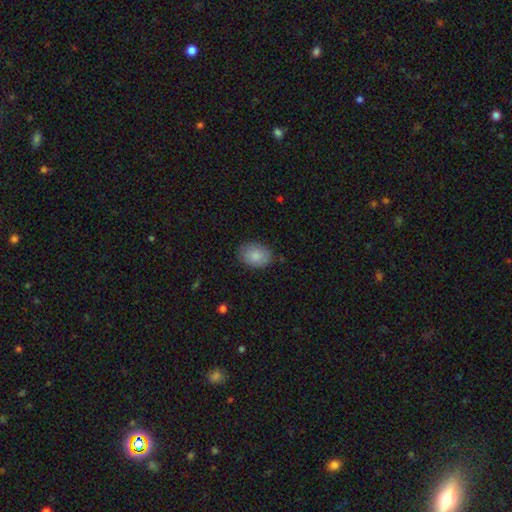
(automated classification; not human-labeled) A smooth galaxy with no disk features (86%) that is in between round and cigar-shaped (77%).

Vote fractions:
- Smooth or featured? smooth: 86% / featured or disk: 7% / star or artifact: 7%
- How rounded? in between: 77% / round: 22% / cigar-shaped: 1%
- Merging? none: 83% / minor disturbance: 13% / major disturbance: 3% / merger: 1%